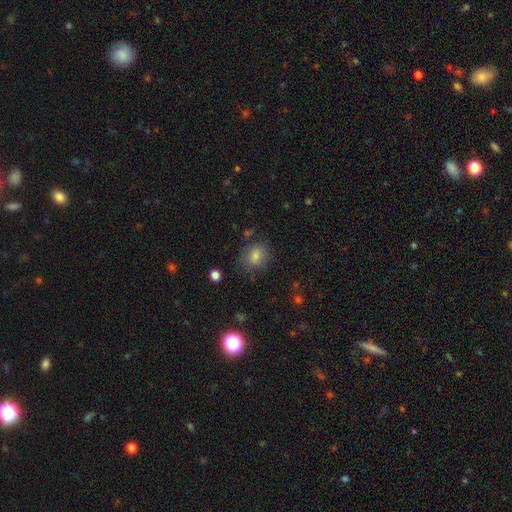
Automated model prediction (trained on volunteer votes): This appears to be a smooth galaxy with no disk features (75%) that is round (63%). Merging: none (78%).